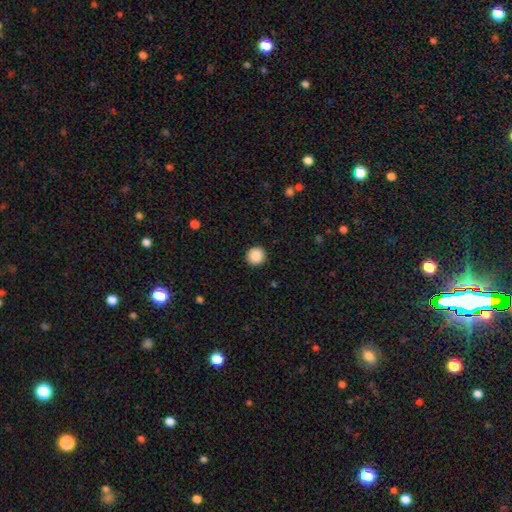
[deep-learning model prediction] Q: Smooth or featured?
A: smooth (89%); runner-up: star or artifact (8%)
Q: How rounded?
A: round (93%); runner-up: in between (6%)
Q: Merging?
A: none (92%); runner-up: minor disturbance (5%)